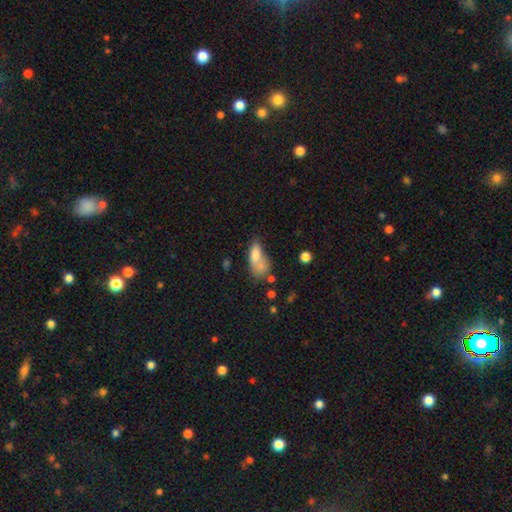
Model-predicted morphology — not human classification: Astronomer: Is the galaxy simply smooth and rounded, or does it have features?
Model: smooth — 71%.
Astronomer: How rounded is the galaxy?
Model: in between — 80%.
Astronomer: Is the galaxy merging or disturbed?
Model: merger — 38% (runner-up: none, 26%).